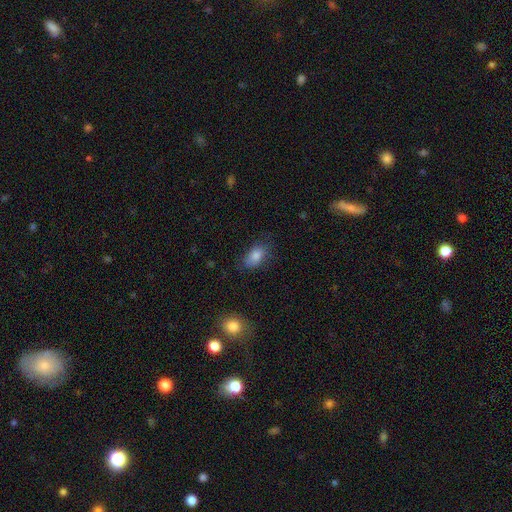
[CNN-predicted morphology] smooth-or-featured: smooth: 82% | star or artifact: 9% | featured or disk: 9%
  how-rounded: in between: 88% | round: 9% | cigar-shaped: 3%
  merging: none: 74% | minor disturbance: 20% | major disturbance: 5% | merger: 2%